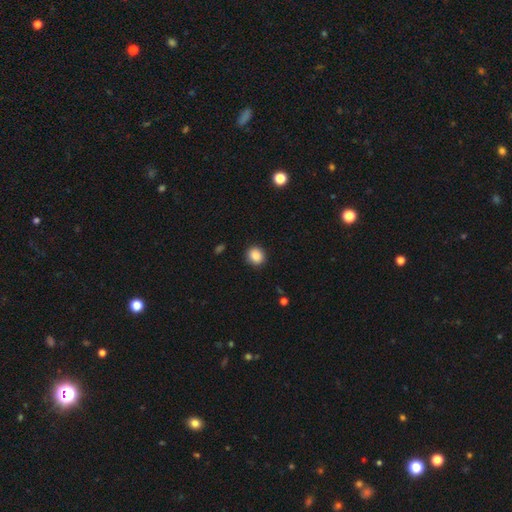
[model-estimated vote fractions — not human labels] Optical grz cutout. It shows a smooth galaxy with no disk features (87%) that is round (79%). Merging: none (90%).